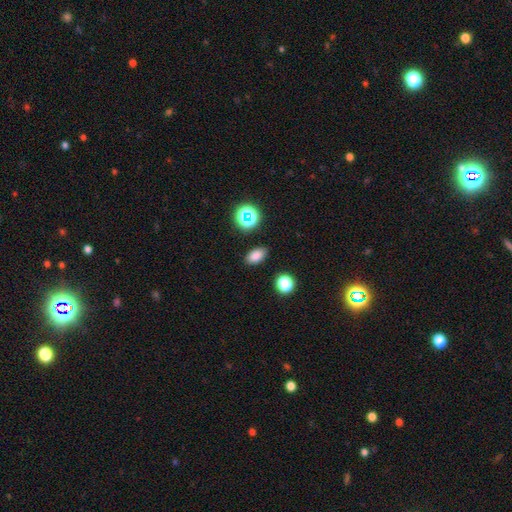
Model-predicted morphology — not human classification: smooth 80%, star or artifact 14%, featured or disk 6%. Down the decision tree: how rounded — in between (87%); merging — none (87%).